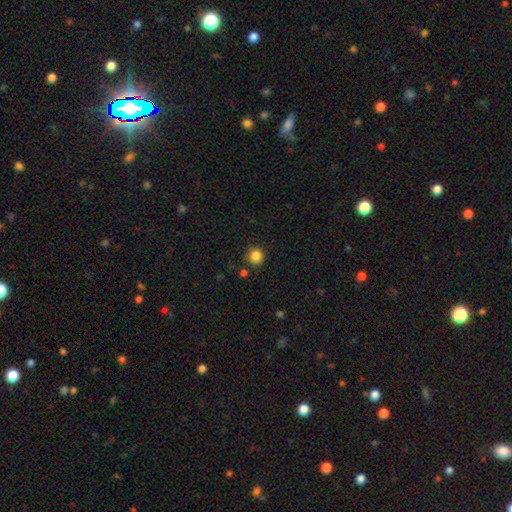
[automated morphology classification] Smooth or featured: smooth — 85% (star or artifact — 11%)
How rounded: round — 94% (in between — 6%)
Merging: none — 87% (minor disturbance — 7%)